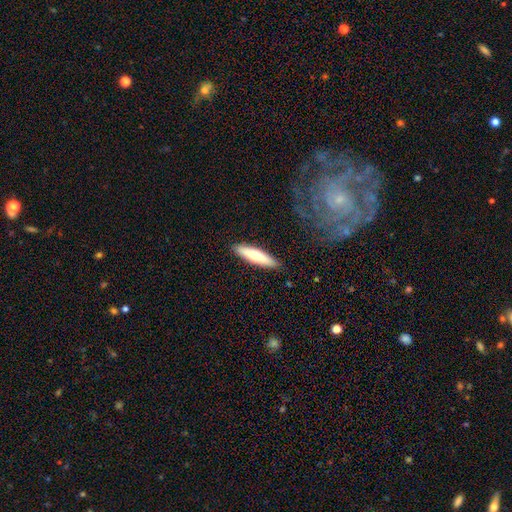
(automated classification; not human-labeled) Smooth or featured?
  - smooth: 68% *
  - featured or disk: 27%
  - star or artifact: 5%
How rounded?
  - cigar-shaped: 77% *
  - in between: 21%
  - round: 1%
Merging?
  - none: 90% *
  - minor disturbance: 8%
  - major disturbance: 2%
  - merger: 1%